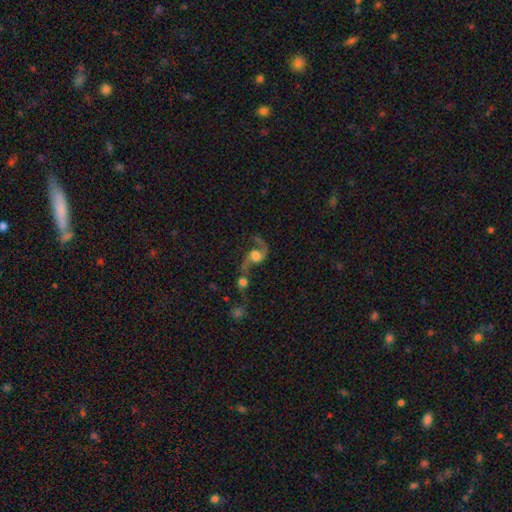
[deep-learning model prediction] smooth-or-featured: featured or disk: 75% | smooth: 16% | star or artifact: 9%
  disk-edge-on: no: 97% | yes: 3%
    bar: no: 63% | weak: 29% | strong: 7%
    has-spiral-arms: yes: 92% | no: 8%
      spiral-winding: loose: 73% | medium: 22% | tight: 5%
      spiral-arm-count: 2: 84% | 1: 11% | can't tell: 2% | 3: 1% | 4: 1% | more than 4: 1%
    bulge-size: large: 41% | moderate: 39% | small: 9% | none: 5% | dominant: 5%
  merging: merger: 53% | none: 22% | major disturbance: 16% | minor disturbance: 10%